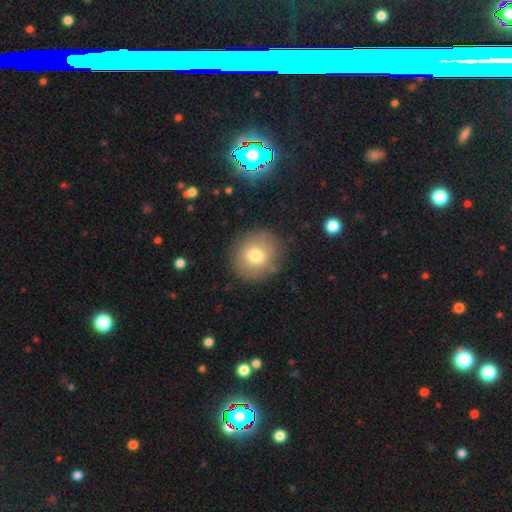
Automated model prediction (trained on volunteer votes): A smooth galaxy with no disk features (74%) that is round (85%).

Vote fractions:
- Smooth or featured? smooth: 74% / featured or disk: 15% / star or artifact: 11%
- How rounded? round: 85% / in between: 14% / cigar-shaped: 1%
- Merging? none: 85% / minor disturbance: 10% / major disturbance: 4% / merger: 2%